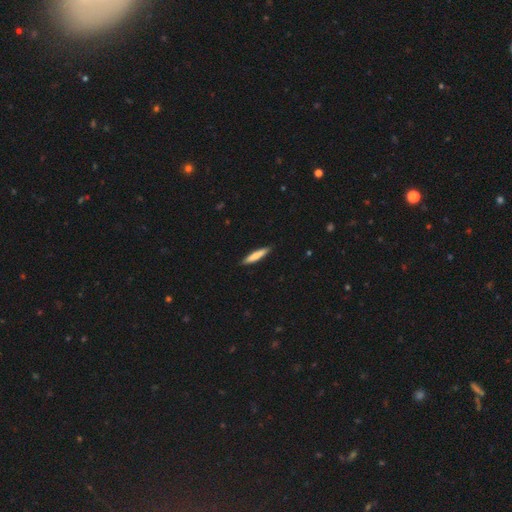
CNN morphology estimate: Smooth or featured? Predicted: smooth (p=0.71). How rounded? Predicted: cigar-shaped (p=0.87). Merging? Predicted: none (p=0.89).